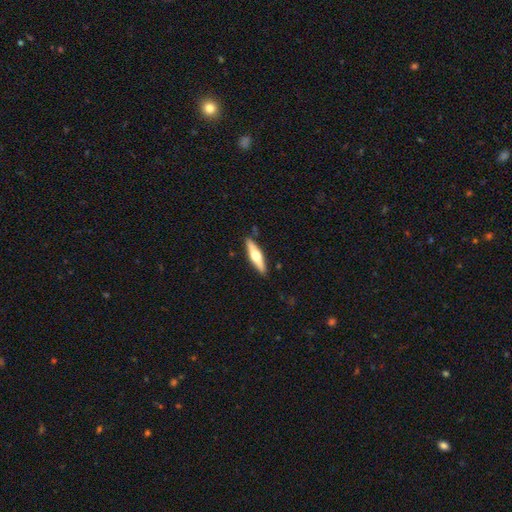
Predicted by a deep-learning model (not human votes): Smooth or featured? Predicted: featured or disk (p=0.53). Edge-on disk? Predicted: yes (p=0.94). Merging? Predicted: none (p=0.89).